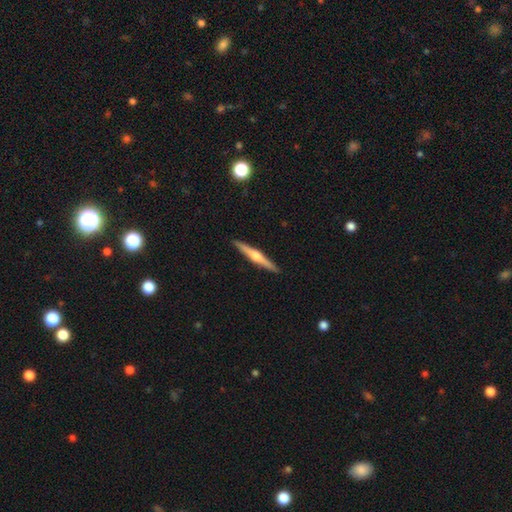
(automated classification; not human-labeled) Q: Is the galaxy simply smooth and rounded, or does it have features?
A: featured or disk — 74%.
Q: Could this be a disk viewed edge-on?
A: yes — 98%.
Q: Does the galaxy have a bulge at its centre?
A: rounded — 92%.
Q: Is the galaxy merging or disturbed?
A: none — 92%.